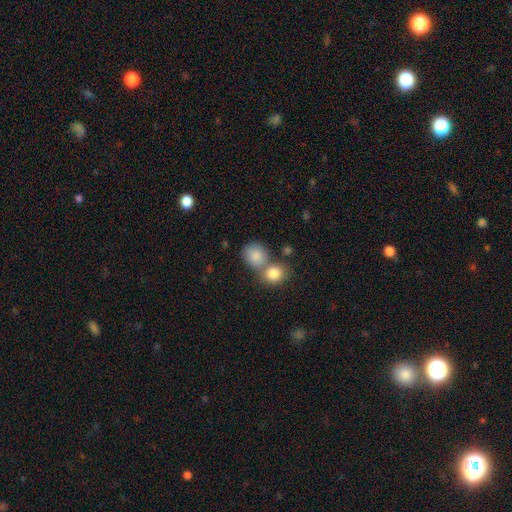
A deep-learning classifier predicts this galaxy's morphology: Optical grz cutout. It shows a smooth galaxy with no disk features (85%) that is round (74%). Merging: merger (47%).